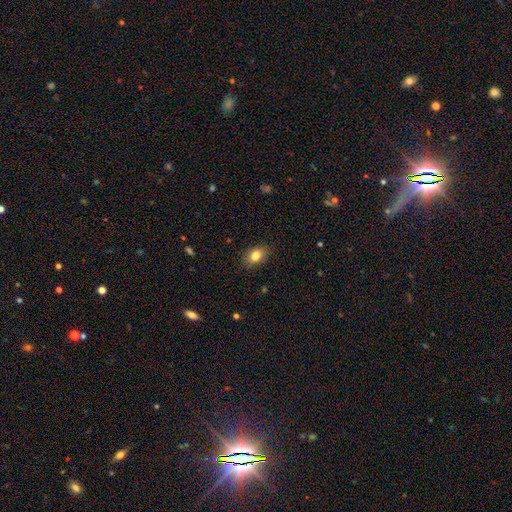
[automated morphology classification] Smooth or featured? smooth (82%)
How rounded? in between (80%)
Merging? none (86%)